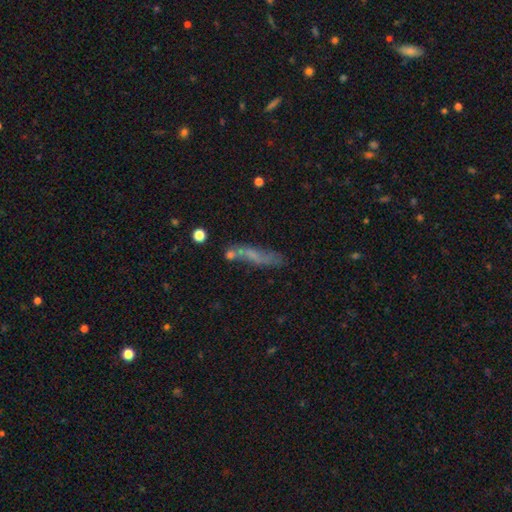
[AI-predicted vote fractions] Q: Smooth or featured?
A: smooth (52%); runner-up: featured or disk (37%)
Q: How rounded?
A: cigar-shaped (72%); runner-up: in between (24%)
Q: Merging?
A: none (45%); runner-up: minor disturbance (23%)